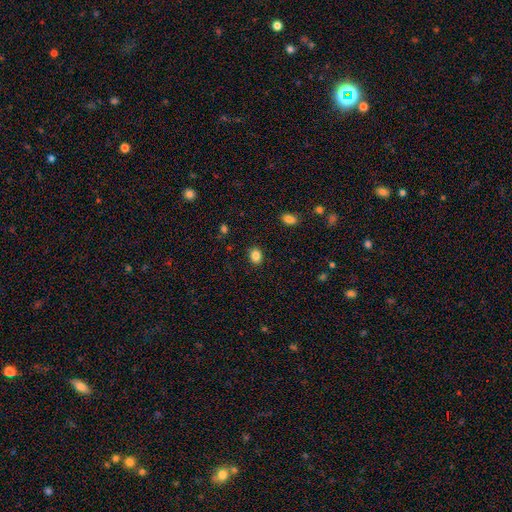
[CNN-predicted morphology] This appears to be a smooth galaxy with no disk features (85%) that is in between round and cigar-shaped (56%). Merging: none (89%).